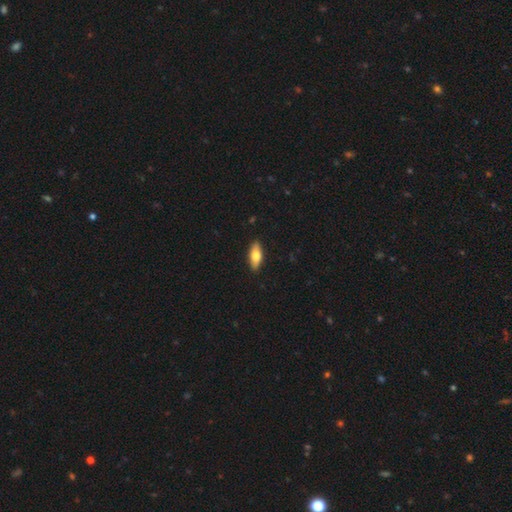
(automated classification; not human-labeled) Overall: smooth (71%). How rounded: in between (77%). Merging: none (90%).